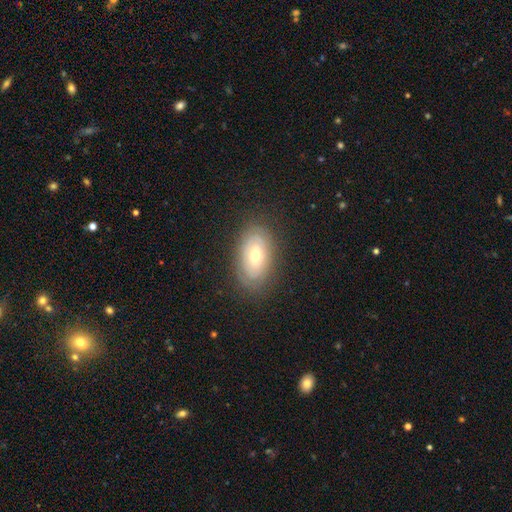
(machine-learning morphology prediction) Smooth or featured: featured or disk — 51% (smooth — 40%)
Edge-on disk: no — 89% (yes — 11%)
Merging: none — 82% (minor disturbance — 13%)